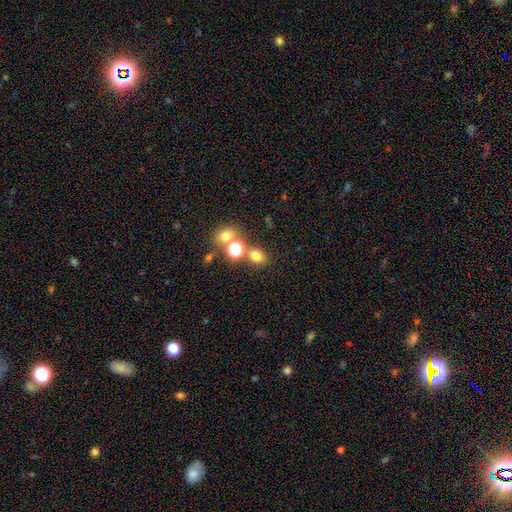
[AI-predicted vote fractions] This is likely a smooth galaxy (72%). How rounded: possibly round (60%). Merging: likely none (66%).